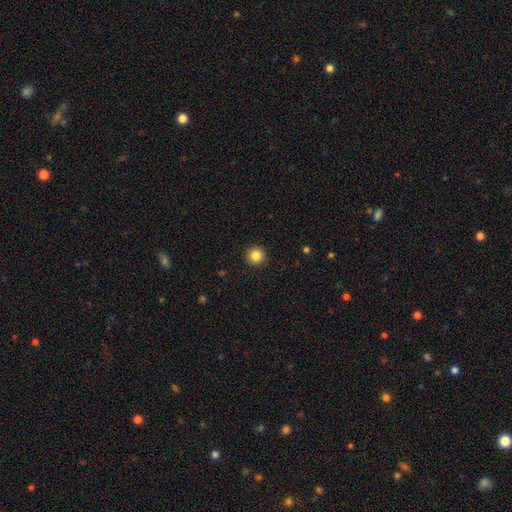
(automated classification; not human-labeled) Smooth or featured?
  - smooth: 85% *
  - star or artifact: 11%
  - featured or disk: 4%
How rounded?
  - round: 95% *
  - in between: 4%
  - cigar-shaped: 1%
Merging?
  - none: 92% *
  - minor disturbance: 5%
  - major disturbance: 2%
  - merger: 1%